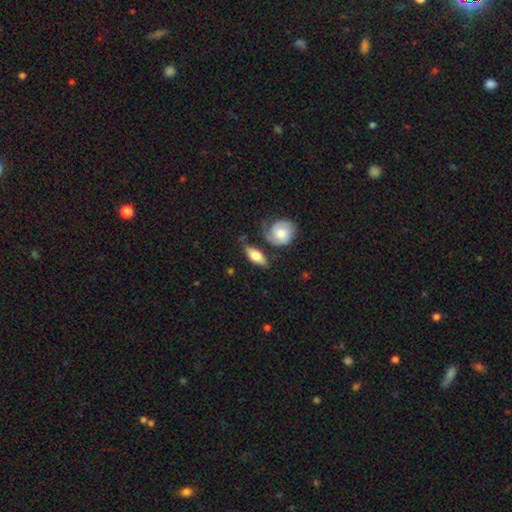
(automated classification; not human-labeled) Overall: smooth (63%; featured or disk 32%). How rounded: in between (75%). Merging: none (57%; minor disturbance 22%).